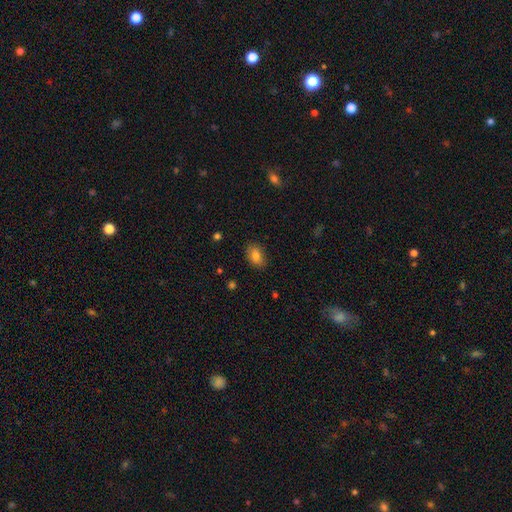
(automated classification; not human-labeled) Smooth or featured? Predicted: smooth (p=0.82). How rounded? Predicted: in between (p=0.84). Merging? Predicted: none (p=0.85).